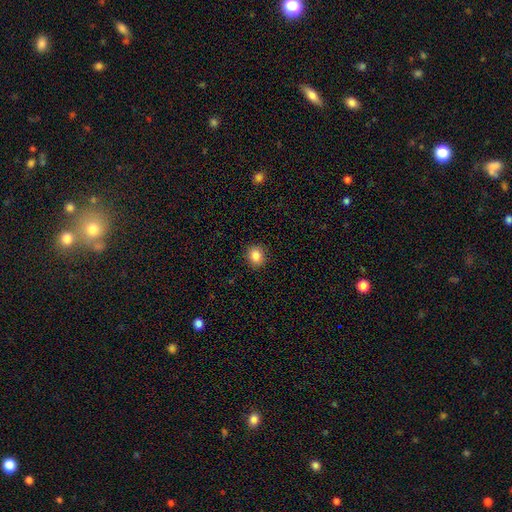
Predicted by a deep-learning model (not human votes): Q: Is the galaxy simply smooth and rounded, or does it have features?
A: smooth — 86%.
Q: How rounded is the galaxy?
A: round — 73%.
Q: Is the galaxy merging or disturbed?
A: none — 90%.